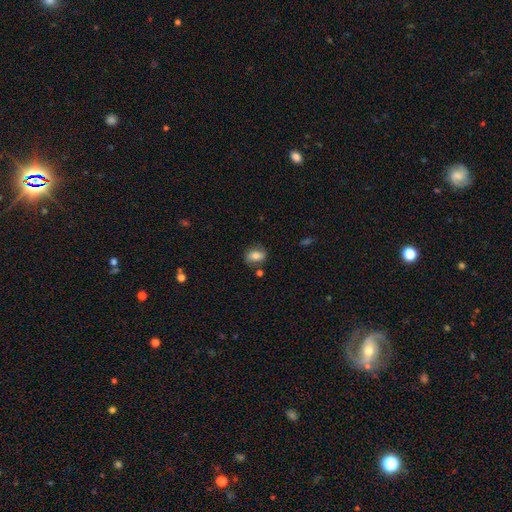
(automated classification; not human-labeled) Smooth or featured?
  - smooth: 71% *
  - featured or disk: 20%
  - star or artifact: 9%
How rounded?
  - in between: 73% *
  - round: 25%
  - cigar-shaped: 2%
Merging?
  - none: 68% *
  - minor disturbance: 19%
  - merger: 7%
  - major disturbance: 6%